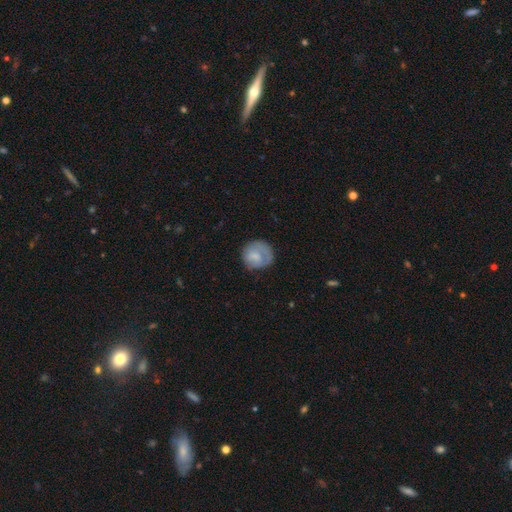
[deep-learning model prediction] Smooth or featured? Predicted: smooth (p=0.69). How rounded? Predicted: round (p=0.82). Merging? Predicted: none (p=0.60).